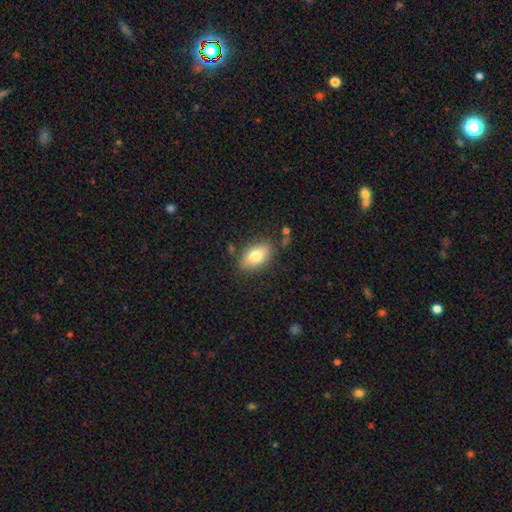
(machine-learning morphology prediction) This is likely a smooth galaxy (76%). How rounded: clearly in between (89%). Merging: likely none (79%).